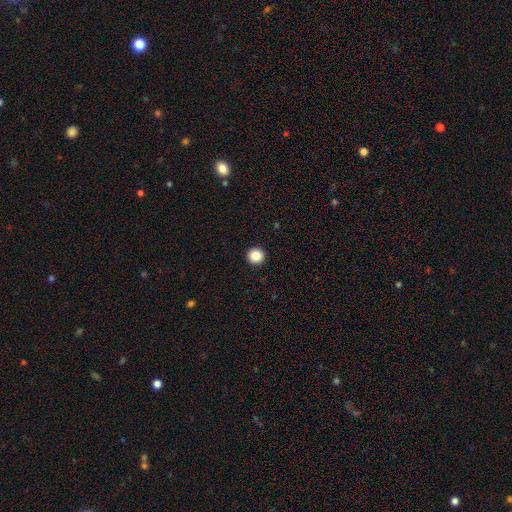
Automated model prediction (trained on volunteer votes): Smooth or featured? smooth (86%)
How rounded? round (96%)
Merging? none (94%)